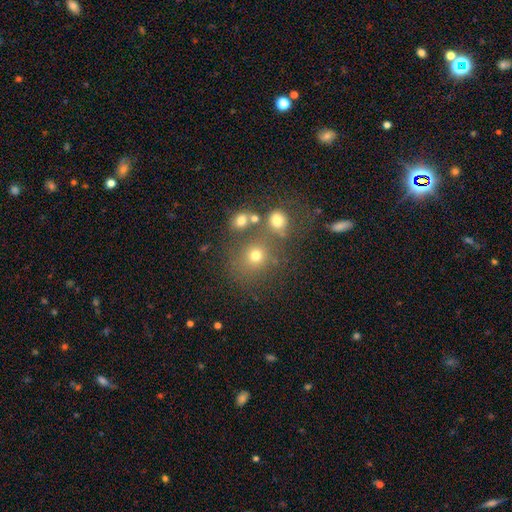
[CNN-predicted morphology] Smooth or featured?
  - smooth: 69% *
  - star or artifact: 20%
  - featured or disk: 11%
How rounded?
  - round: 81% *
  - in between: 18%
  - cigar-shaped: 1%
Merging?
  - none: 58% *
  - merger: 24%
  - minor disturbance: 11%
  - major disturbance: 7%